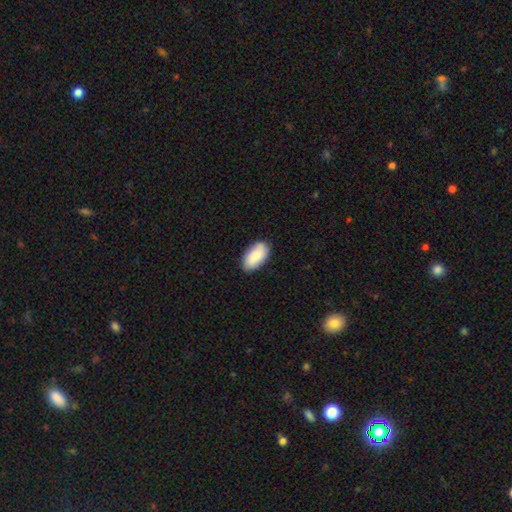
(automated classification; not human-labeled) Q: Smooth or featured?
A: smooth (85%); runner-up: featured or disk (9%)
Q: How rounded?
A: in between (95%); runner-up: round (3%)
Q: Merging?
A: none (84%); runner-up: minor disturbance (12%)